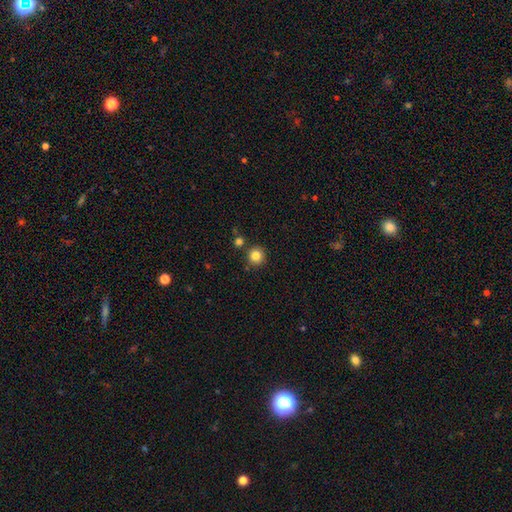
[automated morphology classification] The model was most divided on "smooth or featured": smooth: 83%, star or artifact: 11%, featured or disk: 5%. More confident: how rounded — round (94%); merging — none (85%).